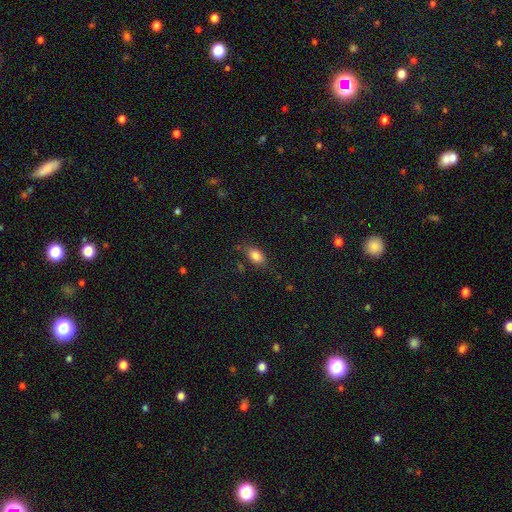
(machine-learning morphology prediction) A smooth galaxy with no disk features (83%) that is in between round and cigar-shaped (88%).

Vote fractions:
- Smooth or featured? smooth: 83% / star or artifact: 9% / featured or disk: 8%
- How rounded? in between: 88% / round: 9% / cigar-shaped: 3%
- Merging? none: 78% / minor disturbance: 15% / major disturbance: 4% / merger: 2%